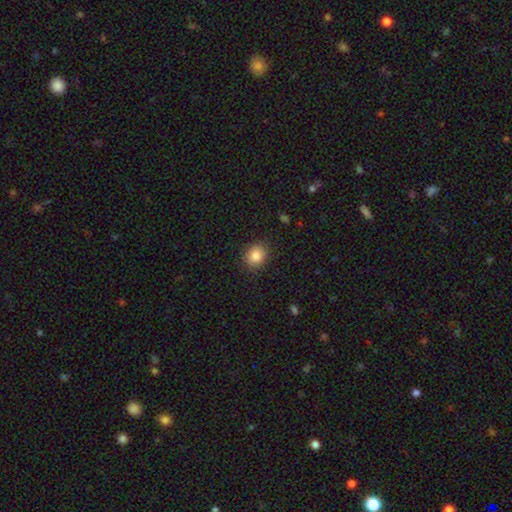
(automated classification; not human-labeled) This appears to be a smooth galaxy with no disk features (86%) that is round (76%). Merging: none (88%).